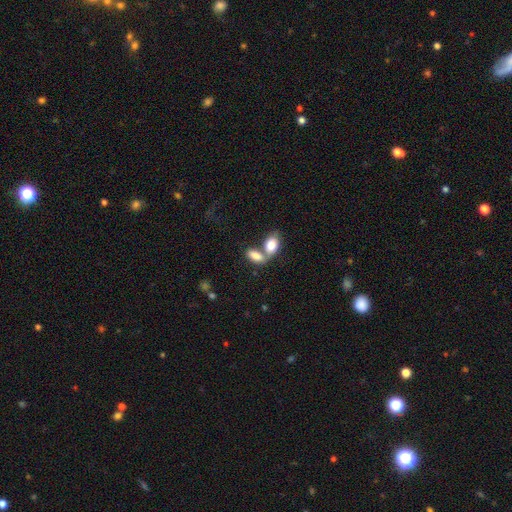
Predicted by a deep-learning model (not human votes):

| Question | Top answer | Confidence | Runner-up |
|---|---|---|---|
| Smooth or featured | smooth | 84% | featured or disk (9%) |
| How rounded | in between | 90% | round (6%) |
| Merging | merger | 58% | none (29%) |